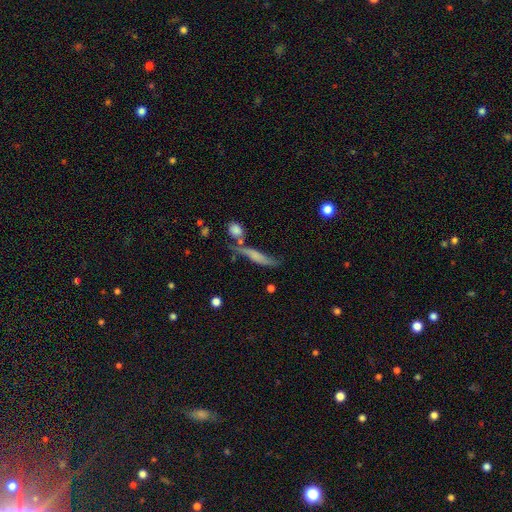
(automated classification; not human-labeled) This is possibly a smooth galaxy (49%). Merging: possibly none (49%).